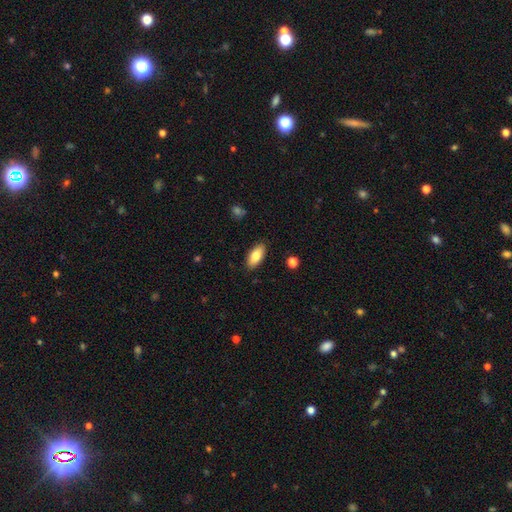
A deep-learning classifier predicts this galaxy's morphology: smooth-or-featured: smooth: 81% | featured or disk: 12% | star or artifact: 7%
  how-rounded: in between: 88% | cigar-shaped: 9% | round: 2%
  merging: none: 88% | minor disturbance: 9% | major disturbance: 2% | merger: 1%